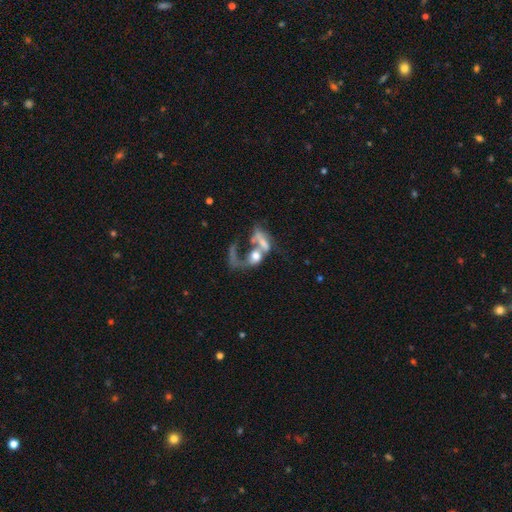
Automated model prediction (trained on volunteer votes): Smooth or featured? featured or disk (52%)
Edge-on disk? no (94%)
Merging? merger (60%)